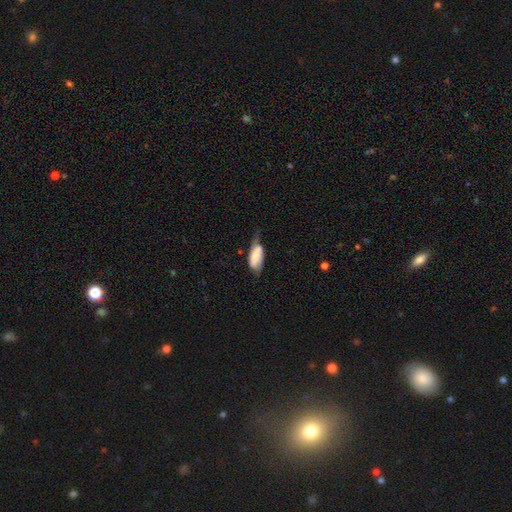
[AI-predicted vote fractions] Smooth or featured: smooth — 66% (featured or disk — 27%)
How rounded: in between — 83% (cigar-shaped — 15%)
Merging: minor disturbance — 41% (none — 29%)